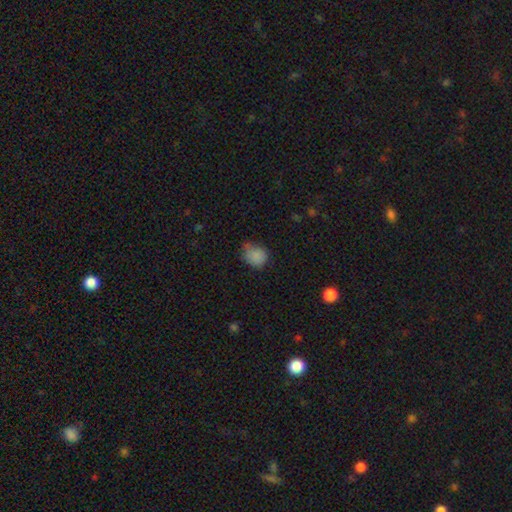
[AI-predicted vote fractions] Smooth or featured: smooth — 84% (star or artifact — 10%)
How rounded: round — 61% (in between — 38%)
Merging: none — 54% (minor disturbance — 34%)